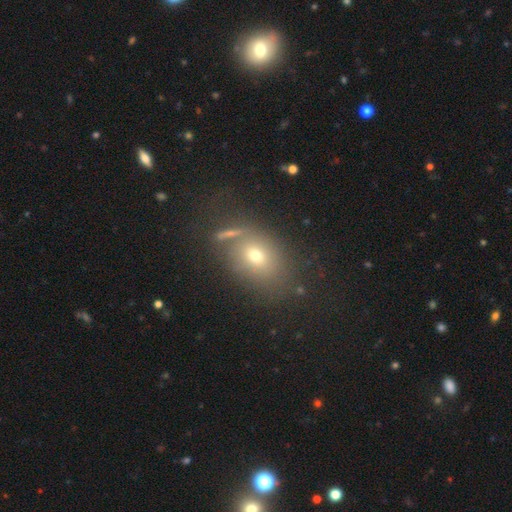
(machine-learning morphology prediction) Smooth or featured? smooth (63%)
How rounded? in between (61%)
Merging? none (62%)